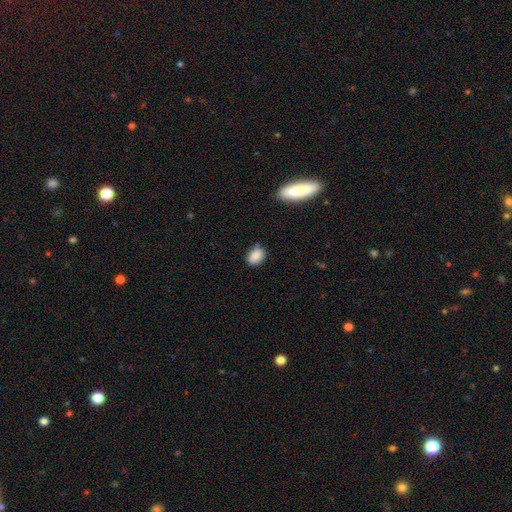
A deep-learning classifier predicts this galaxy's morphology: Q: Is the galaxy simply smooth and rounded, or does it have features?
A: smooth — 86%.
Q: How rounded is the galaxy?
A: in between — 71%.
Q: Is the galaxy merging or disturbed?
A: none — 75%.